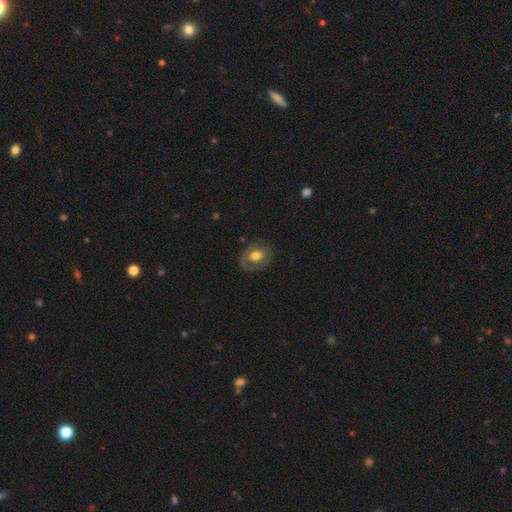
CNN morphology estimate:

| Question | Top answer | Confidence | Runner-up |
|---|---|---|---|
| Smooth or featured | smooth | 48% | featured or disk (45%) |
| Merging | none | 72% | minor disturbance (18%) |